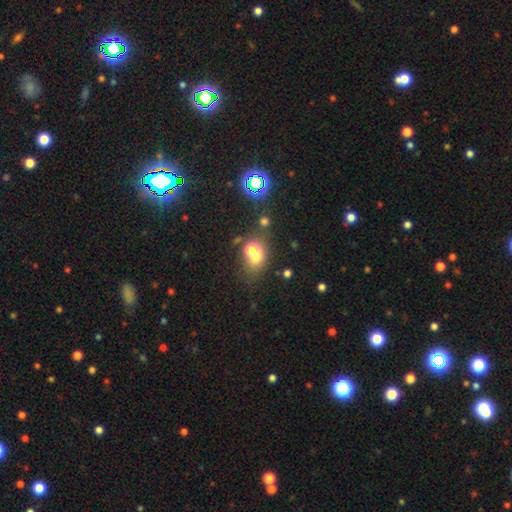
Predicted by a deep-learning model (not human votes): A smooth galaxy with no disk features (62%) that is round (55%). Merging: merger (49%).